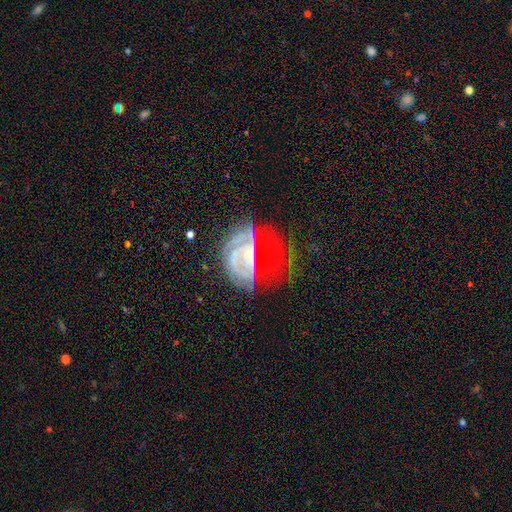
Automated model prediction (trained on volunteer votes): Q: Smooth or featured?
A: featured or disk (67%); runner-up: star or artifact (18%)
Q: Edge-on disk?
A: no (96%); runner-up: yes (4%)
Q: Bar?
A: no (53%); runner-up: weak (33%)
Q: Spiral arms?
A: yes (82%); runner-up: no (18%)
Q: Spiral winding?
A: tight (54%); runner-up: medium (33%)
Q: Spiral arm count?
A: can't tell (34%); runner-up: 2 (25%)
Q: Bulge size?
A: small (61%); runner-up: moderate (30%)
Q: Merging?
A: none (47%); runner-up: major disturbance (24%)